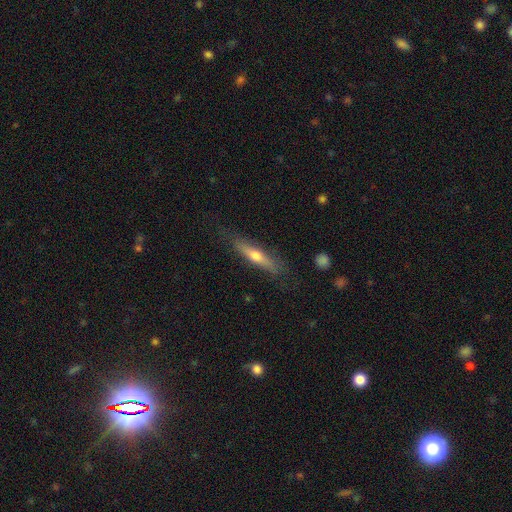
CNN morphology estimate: A featured or disk galaxy (49%).

Vote fractions:
- Smooth or featured? featured or disk: 49% / smooth: 45% / star or artifact: 6%
- Merging? none: 79% / minor disturbance: 15% / major disturbance: 4% / merger: 1%